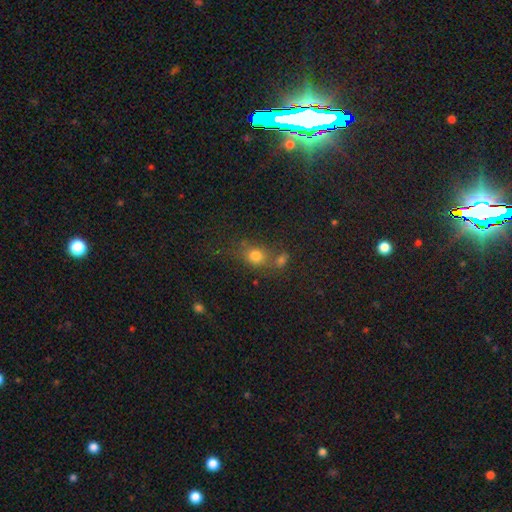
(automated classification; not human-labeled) Smooth or featured? Predicted: smooth (p=0.73). How rounded? Predicted: round (p=0.60). Merging? Predicted: none (p=0.50).